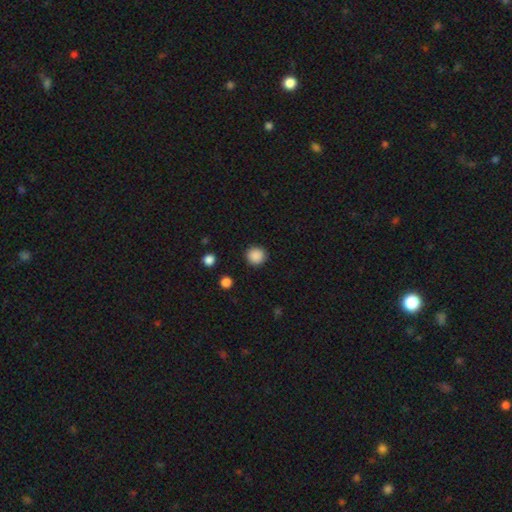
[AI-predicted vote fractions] smooth 88%, star or artifact 10%, featured or disk 2%. Down the decision tree: how rounded — round (94%); merging — none (91%).